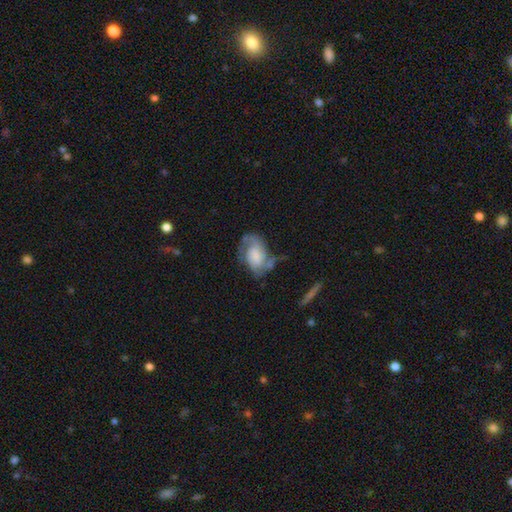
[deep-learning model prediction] Smooth or featured? Predicted: featured or disk (p=0.66). Edge-on disk? Predicted: no (p=0.97). Bar? Predicted: no (p=0.65). Spiral arms? Predicted: yes (p=0.87). Spiral winding? Predicted: medium (p=0.46). Spiral arm count? Predicted: 2 (p=0.68). Bulge size? Predicted: small (p=0.34). Merging? Predicted: none (p=0.42).